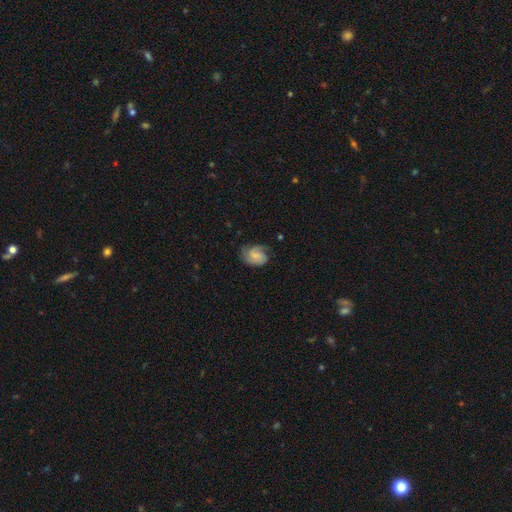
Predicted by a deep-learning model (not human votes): featured or disk 64%, smooth 29%, star or artifact 7%. Down the decision tree: edge-on disk — no (97%); bar — no (57%); spiral arms — yes (93%); spiral arm count — 2 (45%); spiral winding — medium (42%); bulge size — small (53%); merging — none (61%).